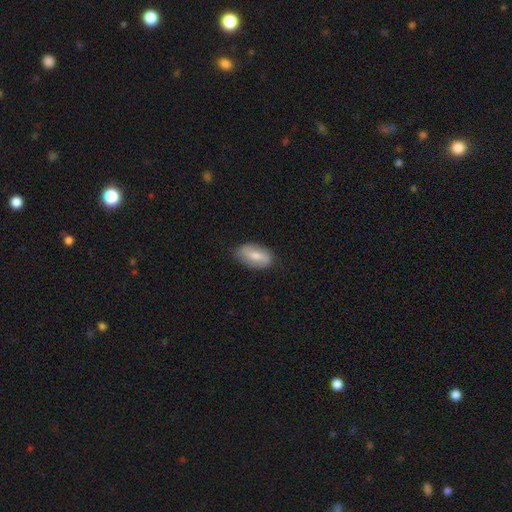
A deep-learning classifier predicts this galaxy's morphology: The model was most divided on "smooth or featured": smooth: 59%, featured or disk: 35%, star or artifact: 6%. More confident: how rounded — in between (91%); merging — none (81%).